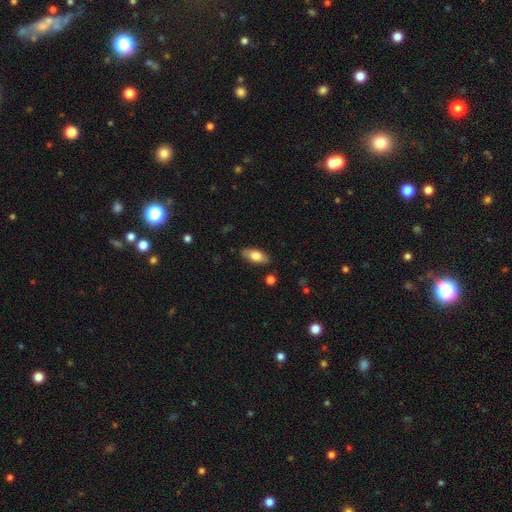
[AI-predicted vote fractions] Smooth or featured?
  - smooth: 75% *
  - featured or disk: 19%
  - star or artifact: 6%
How rounded?
  - in between: 85% *
  - cigar-shaped: 12%
  - round: 3%
Merging?
  - none: 86% *
  - minor disturbance: 11%
  - major disturbance: 2%
  - merger: 1%